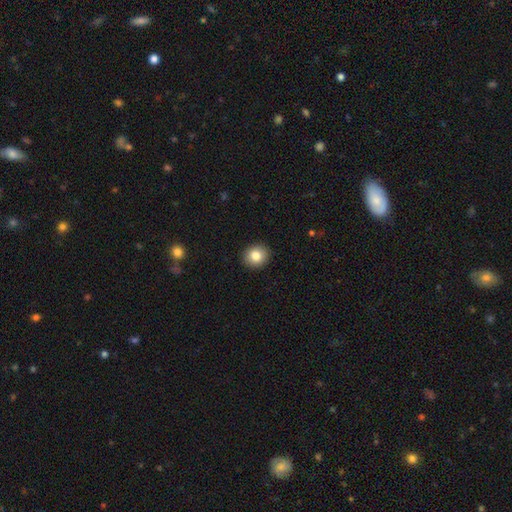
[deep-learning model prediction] A smooth galaxy with no disk features (83%) that is round (76%). Merging: none (91%).